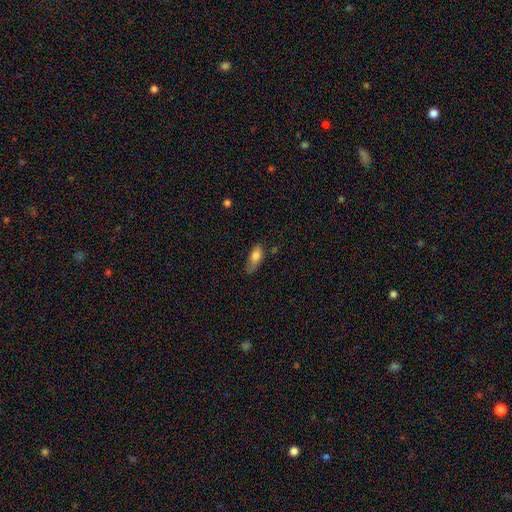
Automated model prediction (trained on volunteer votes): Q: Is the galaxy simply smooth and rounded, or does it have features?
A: smooth — 77%.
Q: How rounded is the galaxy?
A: in between — 77%.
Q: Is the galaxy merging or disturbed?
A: none — 52%.